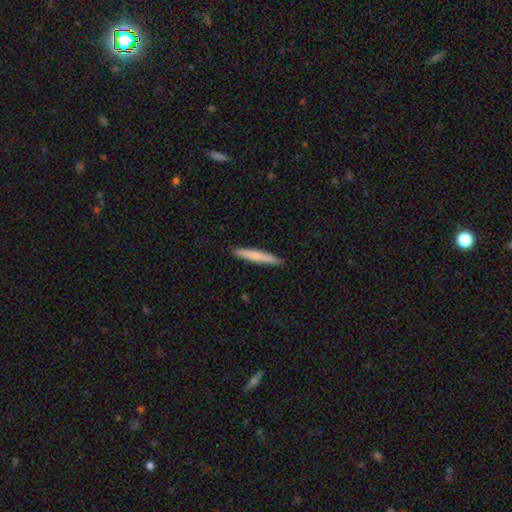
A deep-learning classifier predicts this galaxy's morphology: smooth_or_featured: smooth (p=0.73) [alt: featured or disk p=0.21]
how_rounded: cigar-shaped (p=0.95) [alt: in between p=0.04]
merging: none (p=0.91) [alt: minor disturbance p=0.06]